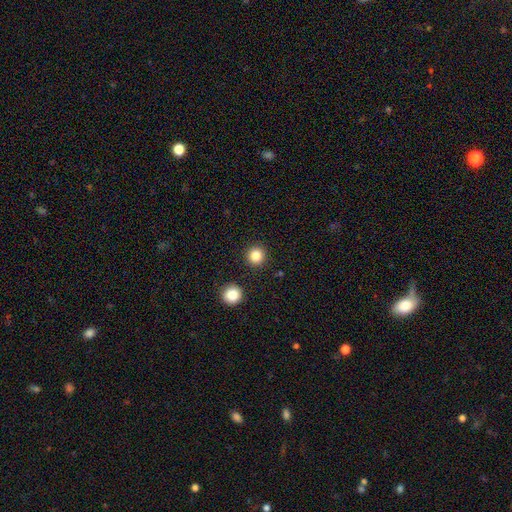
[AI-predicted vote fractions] smooth-or-featured: smooth: 83% | star or artifact: 12% | featured or disk: 5%
  how-rounded: round: 94% | in between: 5% | cigar-shaped: 1%
  merging: none: 90% | minor disturbance: 5% | merger: 3% | major disturbance: 2%